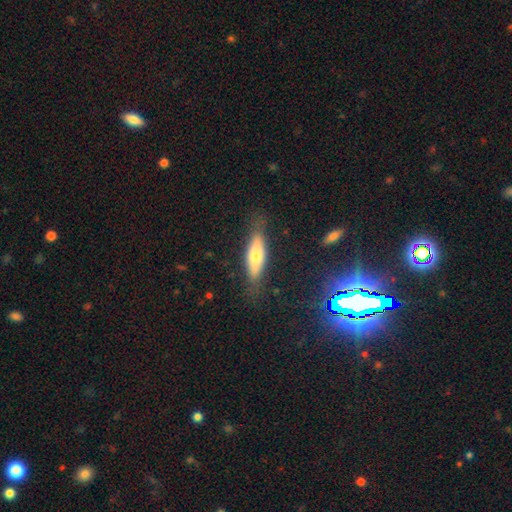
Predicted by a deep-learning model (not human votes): This is possibly a smooth galaxy (60%). How rounded: possibly cigar-shaped (54%). Merging: likely none (77%).